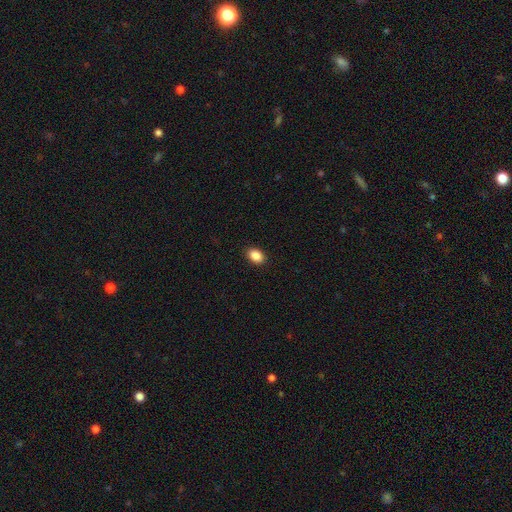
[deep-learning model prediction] Smooth or featured? smooth (88%)
How rounded? in between (78%)
Merging? none (90%)